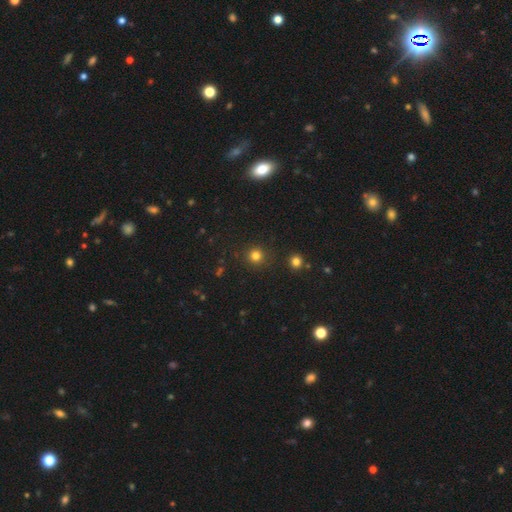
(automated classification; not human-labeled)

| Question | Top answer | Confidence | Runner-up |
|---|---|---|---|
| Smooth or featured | smooth | 79% | star or artifact (16%) |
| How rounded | round | 93% | in between (6%) |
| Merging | none | 89% | minor disturbance (6%) |